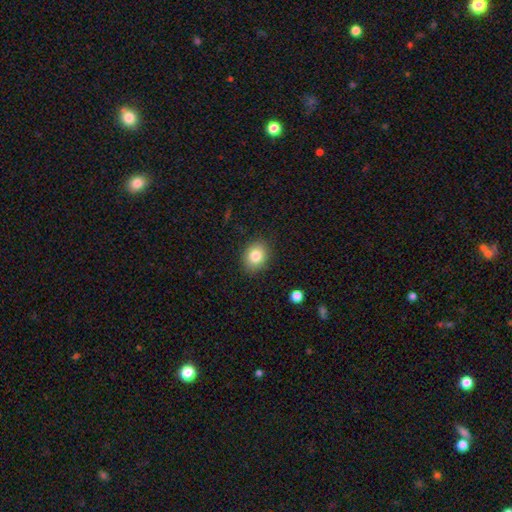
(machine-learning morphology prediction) The model was most divided on "how rounded": round: 54%, in between: 45%, cigar-shaped: 1%. More confident: merging — none (88%); smooth or featured — smooth (82%).